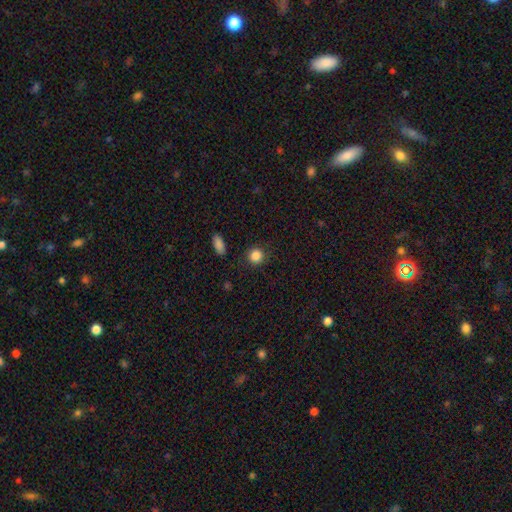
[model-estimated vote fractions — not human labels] Smooth or featured?
  - smooth: 85% *
  - star or artifact: 11%
  - featured or disk: 4%
How rounded?
  - round: 90% *
  - in between: 9%
  - cigar-shaped: 1%
Merging?
  - none: 87% *
  - minor disturbance: 8%
  - major disturbance: 3%
  - merger: 2%